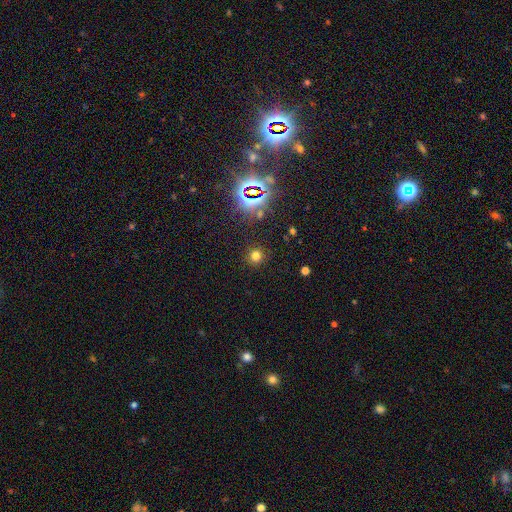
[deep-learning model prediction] Smooth or featured?
  - smooth: 68% *
  - star or artifact: 25%
  - featured or disk: 7%
How rounded?
  - round: 92% *
  - in between: 7%
  - cigar-shaped: 1%
Merging?
  - none: 89% *
  - minor disturbance: 7%
  - major disturbance: 3%
  - merger: 2%